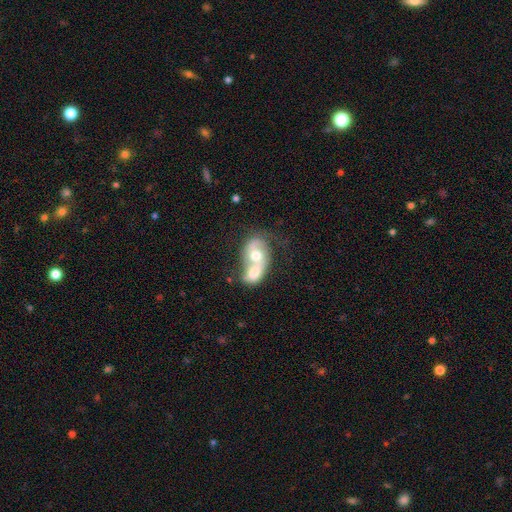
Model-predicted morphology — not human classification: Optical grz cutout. It shows a featured or disk galaxy (54%) with no bar (68%), spiral arms (60%) and a moderate central bulge (67%). Merging: merger (74%).